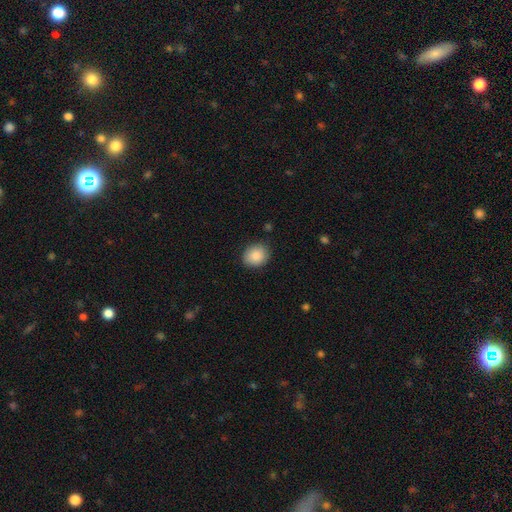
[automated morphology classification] type=smooth (88%); roundness=round (60%); merging=none (85%).